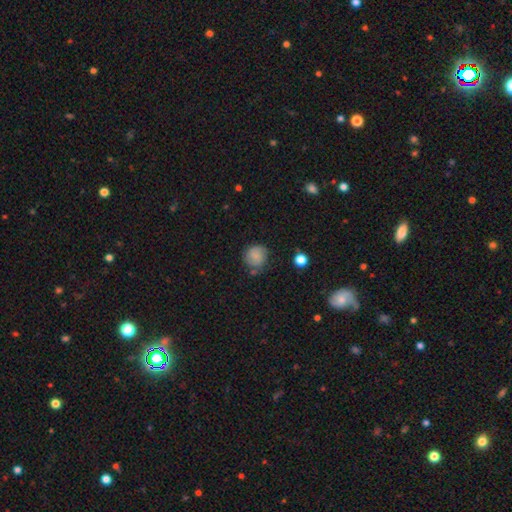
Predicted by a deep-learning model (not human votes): Q: Smooth or featured?
A: smooth (80%); runner-up: featured or disk (10%)
Q: How rounded?
A: round (88%); runner-up: in between (11%)
Q: Merging?
A: none (70%); runner-up: minor disturbance (20%)